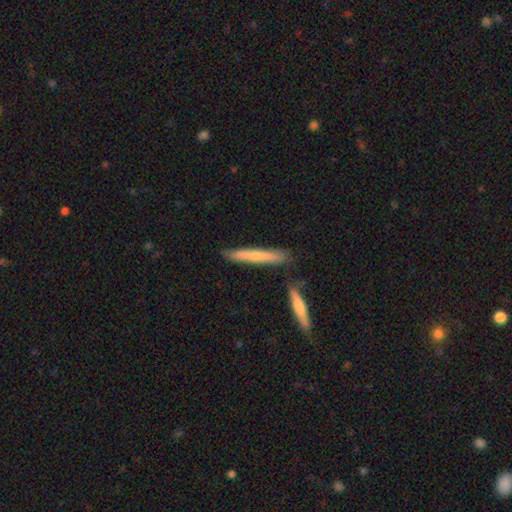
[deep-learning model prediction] Morphology: type=smooth (64%); roundness=cigar-shaped (94%); merging=none (80%).